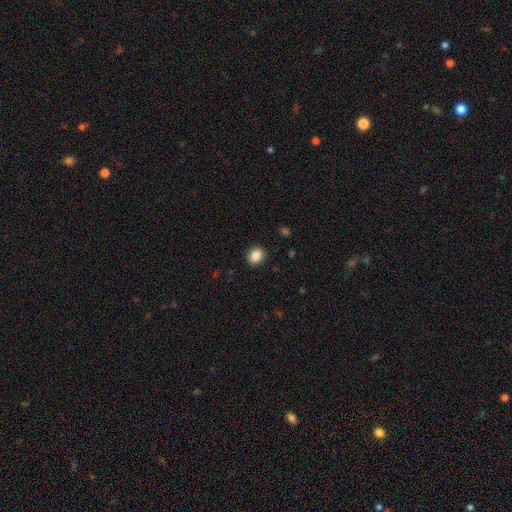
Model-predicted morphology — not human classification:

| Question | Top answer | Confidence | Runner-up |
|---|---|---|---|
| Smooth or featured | smooth | 86% | star or artifact (9%) |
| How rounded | round | 68% | in between (31%) |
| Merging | none | 91% | minor disturbance (6%) |